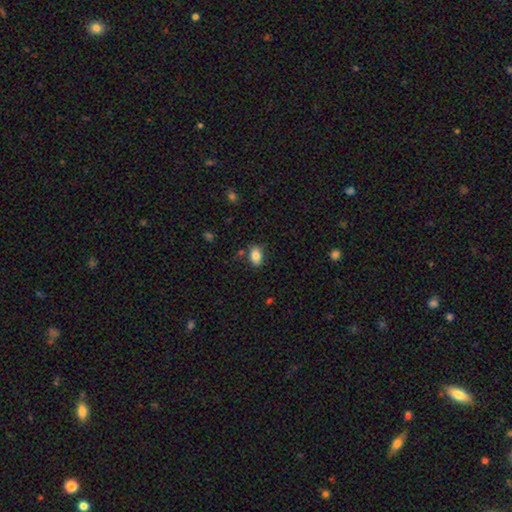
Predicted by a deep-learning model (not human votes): Smooth or featured: smooth — 82% (featured or disk — 10%)
How rounded: in between — 84% (round — 15%)
Merging: none — 79% (minor disturbance — 14%)